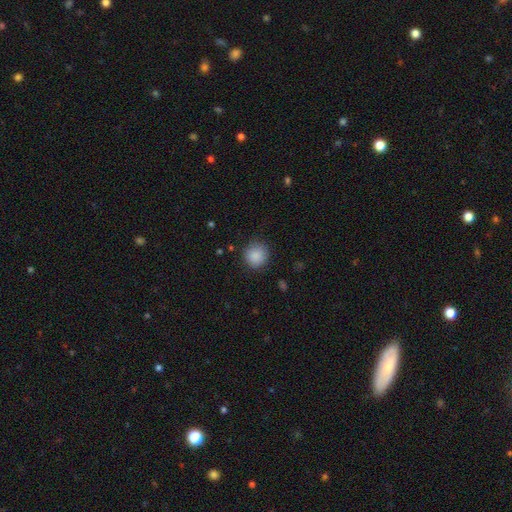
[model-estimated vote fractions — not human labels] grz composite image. It shows a smooth galaxy with no disk features (88%) that is round (91%). Merging: none (85%).